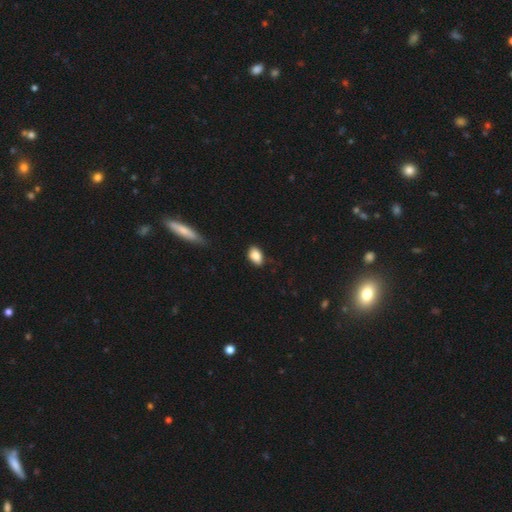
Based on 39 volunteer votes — smooth_or_featured: smooth (p=0.90) [alt: star or artifact p=0.08]
how_rounded: in between (p=0.89) [alt: round p=0.11]
merging: none (p=0.67) [alt: minor disturbance p=0.28]